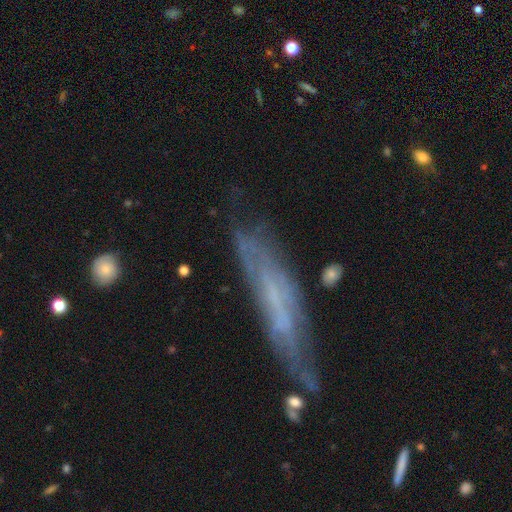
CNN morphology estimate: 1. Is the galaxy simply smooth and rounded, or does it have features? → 61% featured or disk, 30% smooth, 9% star or artifact.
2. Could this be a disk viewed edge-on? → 55% yes, 45% no.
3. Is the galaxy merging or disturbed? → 60% none, 25% minor disturbance, 11% major disturbance, 5% merger.